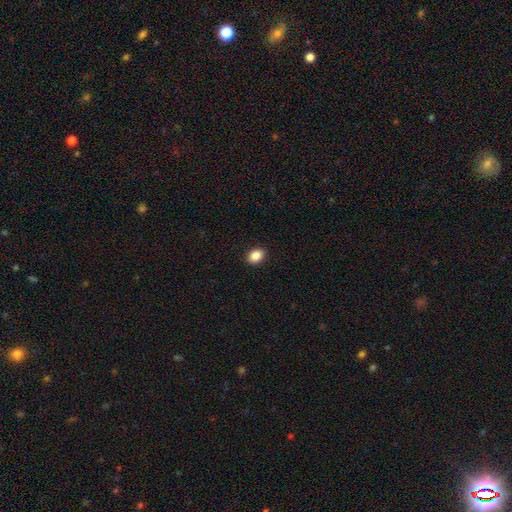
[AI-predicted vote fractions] This is clearly a smooth galaxy (88%). How rounded: likely in between (72%). Merging: clearly none (91%).